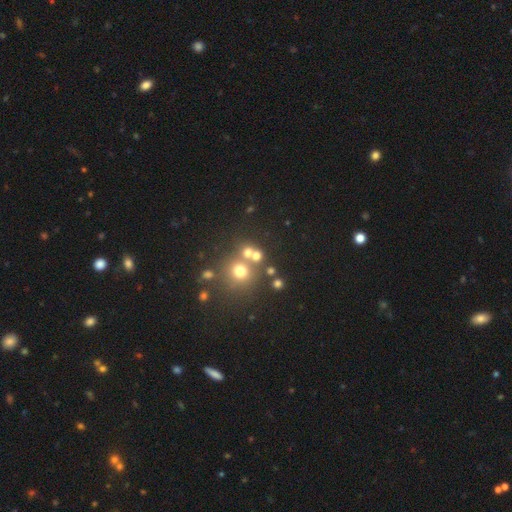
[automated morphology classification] The model was most divided on "merging": none: 56%, merger: 31%, minor disturbance: 8%, major disturbance: 5%. More confident: how rounded — round (85%); smooth or featured — smooth (62%).